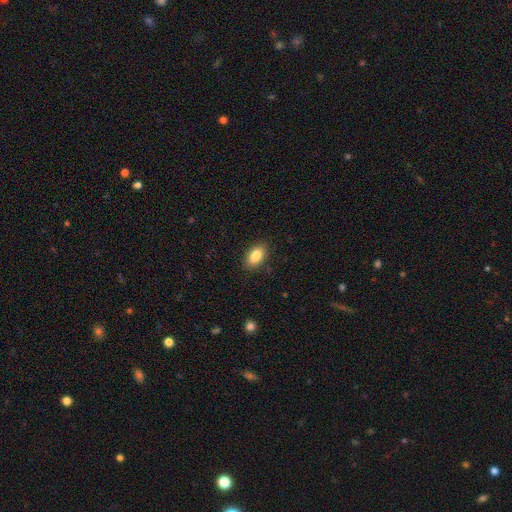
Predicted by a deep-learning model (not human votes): Smooth or featured: smooth — 86% (star or artifact — 7%)
How rounded: in between — 91% (round — 7%)
Merging: none — 88% (minor disturbance — 9%)